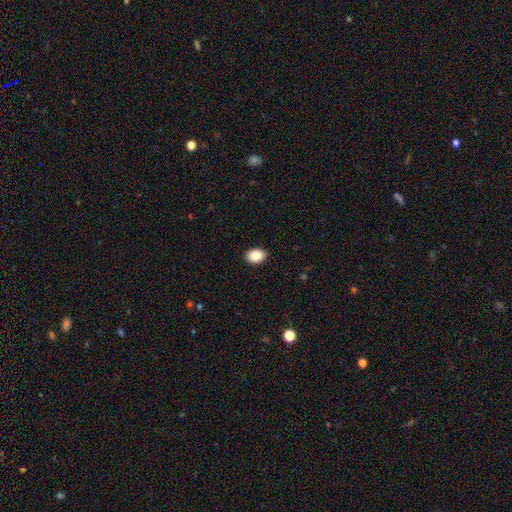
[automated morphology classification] Overall: smooth (86%). How rounded: in between (81%). Merging: none (90%).